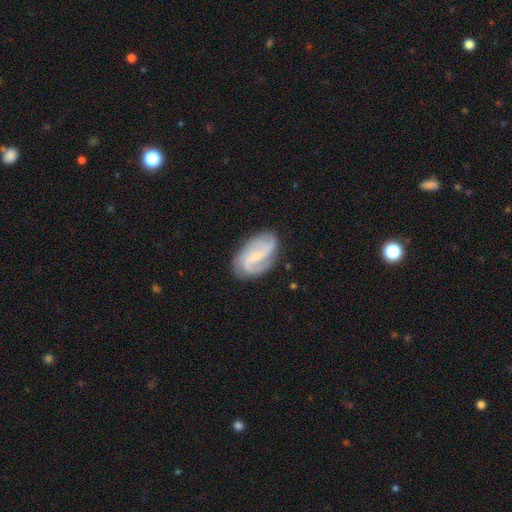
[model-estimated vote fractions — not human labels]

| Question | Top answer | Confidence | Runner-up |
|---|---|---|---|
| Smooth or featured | featured or disk | 77% | smooth (16%) |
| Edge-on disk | no | 97% | yes (3%) |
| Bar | weak | 48% | no (30%) |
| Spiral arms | yes | 95% | no (5%) |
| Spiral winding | medium | 45% | tight (30%) |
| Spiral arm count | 2 | 49% | 3 (24%) |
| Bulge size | small | 49% | none (27%) |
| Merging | none | 75% | minor disturbance (17%) |